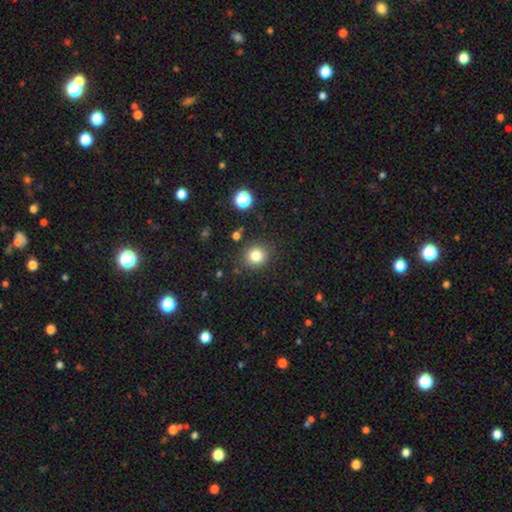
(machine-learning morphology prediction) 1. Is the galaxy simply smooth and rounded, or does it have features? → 81% smooth, 13% star or artifact, 7% featured or disk.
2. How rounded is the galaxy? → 85% round, 14% in between, 1% cigar-shaped.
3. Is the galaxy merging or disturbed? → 87% none, 8% minor disturbance, 3% major disturbance, 2% merger.